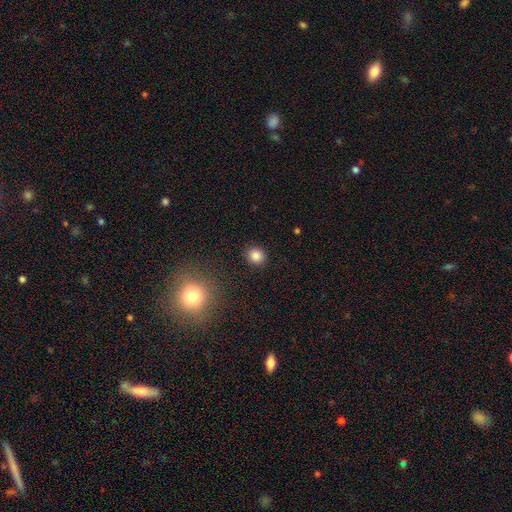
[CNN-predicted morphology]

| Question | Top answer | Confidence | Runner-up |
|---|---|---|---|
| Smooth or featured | smooth | 85% | star or artifact (11%) |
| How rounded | round | 81% | in between (18%) |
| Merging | none | 90% | minor disturbance (6%) |